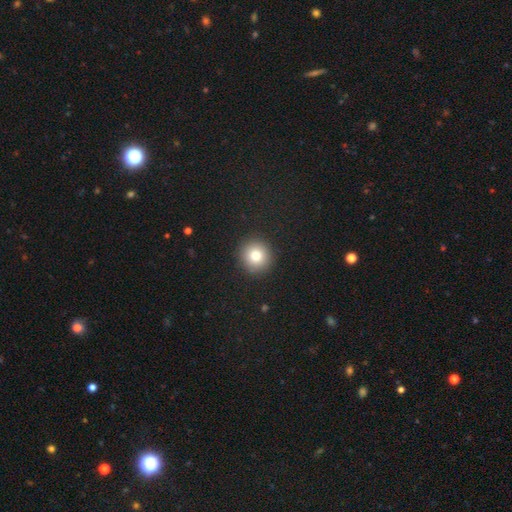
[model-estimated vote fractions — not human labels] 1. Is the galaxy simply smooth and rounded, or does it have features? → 79% smooth, 12% star or artifact, 9% featured or disk.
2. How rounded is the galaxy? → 94% round, 5% in between, 1% cigar-shaped.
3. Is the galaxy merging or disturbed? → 92% none, 5% minor disturbance, 2% major disturbance, 1% merger.